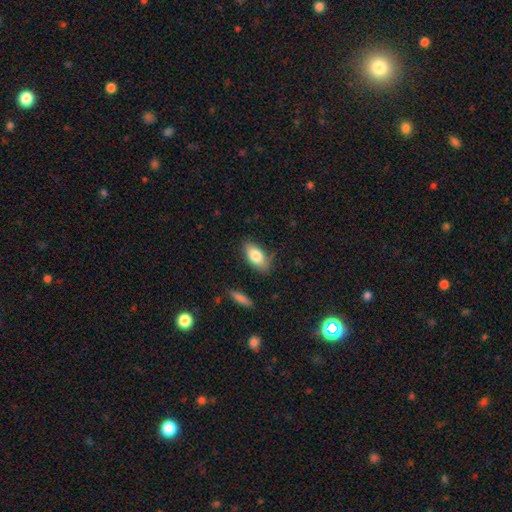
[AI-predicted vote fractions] Overall: smooth (81%). How rounded: in between (90%). Merging: none (74%).